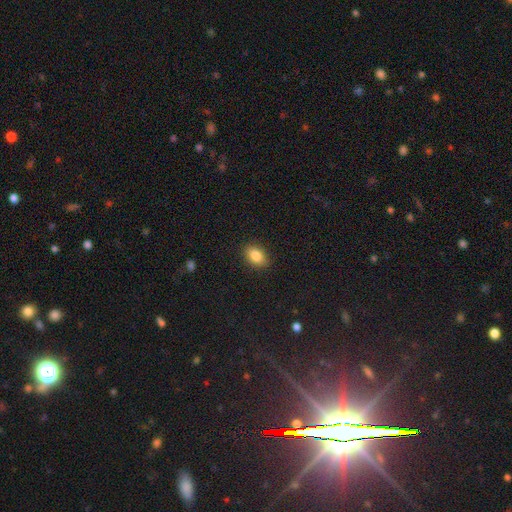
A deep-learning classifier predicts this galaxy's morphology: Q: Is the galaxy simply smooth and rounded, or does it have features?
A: smooth — 85%.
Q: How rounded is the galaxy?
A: in between — 84%.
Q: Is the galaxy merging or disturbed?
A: none — 89%.